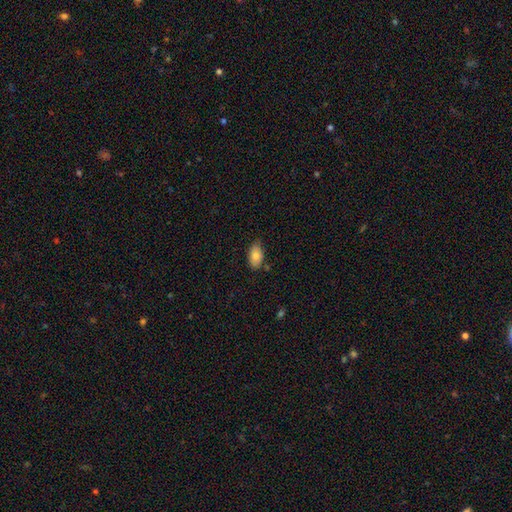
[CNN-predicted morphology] smooth 82%, featured or disk 11%, star or artifact 7%. Down the decision tree: how rounded — in between (93%); merging — none (77%).